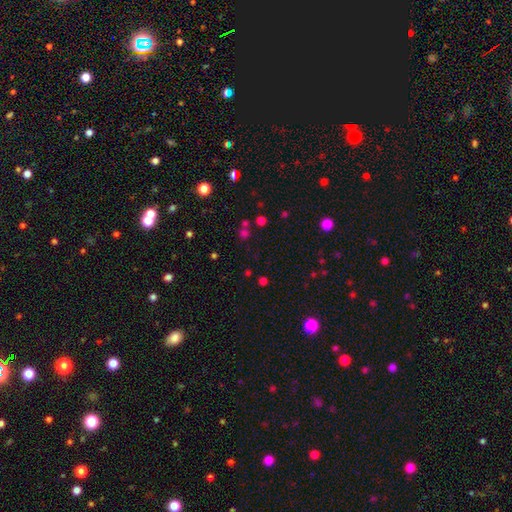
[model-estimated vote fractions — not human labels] smooth-or-featured: star or artifact: 49% | smooth: 44% | featured or disk: 7%